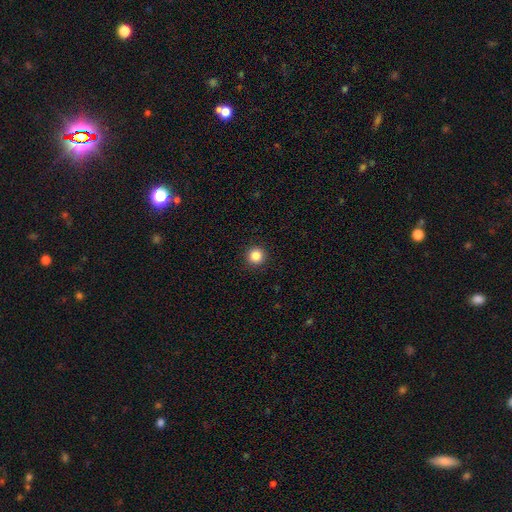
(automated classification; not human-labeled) Smooth or featured?
  - smooth: 86% *
  - star or artifact: 11%
  - featured or disk: 4%
How rounded?
  - round: 95% *
  - in between: 4%
  - cigar-shaped: 1%
Merging?
  - none: 93% *
  - minor disturbance: 5%
  - major disturbance: 2%
  - merger: 1%